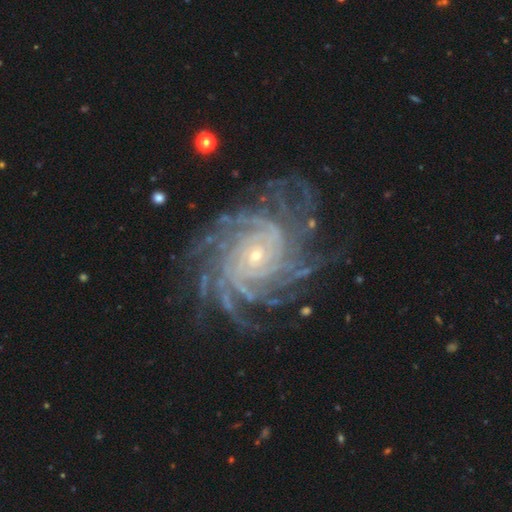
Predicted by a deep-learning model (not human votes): The model was most divided on "spiral arm count": more than 4: 47%, 4: 17%, can't tell: 13%, 3: 8%, 2: 8%, 1: 8%. More confident: spiral arms — yes (98%); edge-on disk — no (98%); smooth or featured — featured or disk (91%); bulge size — small (82%); merging — none (78%); spiral winding — tight (76%); bar — no (71%).